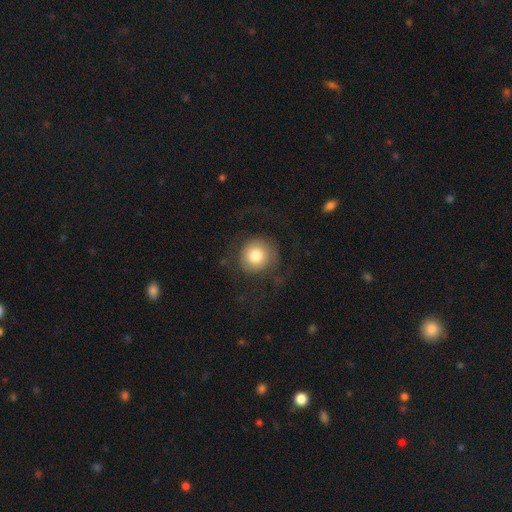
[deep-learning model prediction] A smooth galaxy with no disk features (68%) that is round (93%).

Vote fractions:
- Smooth or featured? smooth: 68% / featured or disk: 23% / star or artifact: 9%
- How rounded? round: 93% / in between: 6% / cigar-shaped: 1%
- Merging? none: 68% / major disturbance: 17% / minor disturbance: 13% / merger: 1%